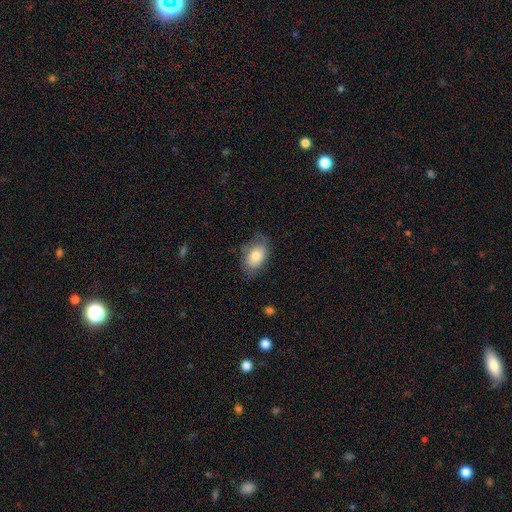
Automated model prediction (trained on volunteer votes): This appears to be a smooth galaxy with no disk features (75%) that is in between round and cigar-shaped (88%). Merging: none (66%).